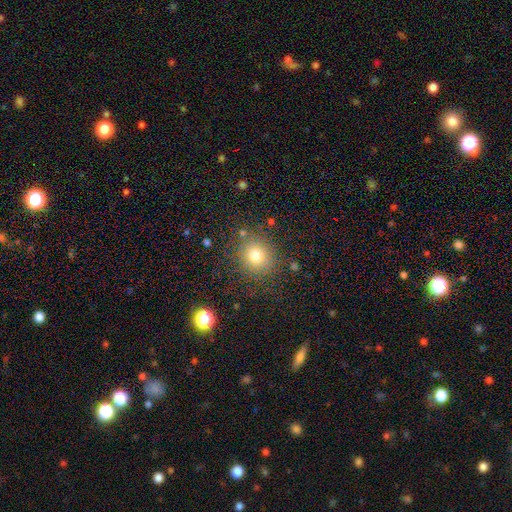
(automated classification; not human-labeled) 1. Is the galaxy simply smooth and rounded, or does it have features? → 76% smooth, 14% star or artifact, 10% featured or disk.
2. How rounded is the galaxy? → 84% round, 15% in between, 1% cigar-shaped.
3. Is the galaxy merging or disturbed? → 82% none, 10% minor disturbance, 5% major disturbance, 3% merger.